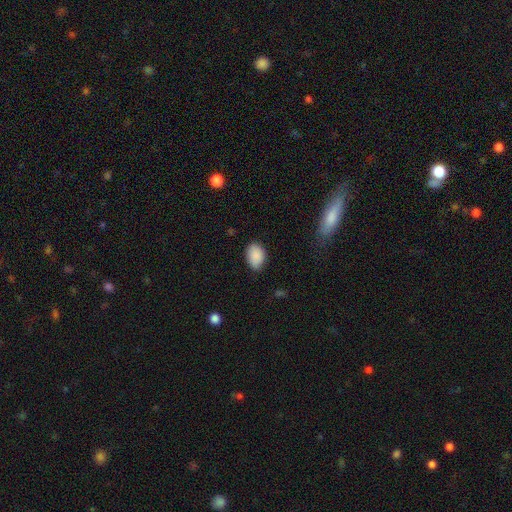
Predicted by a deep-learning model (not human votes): smooth_or_featured: smooth (p=0.89) [alt: star or artifact p=0.07]
how_rounded: in between (p=0.83) [alt: round p=0.16]
merging: none (p=0.79) [alt: minor disturbance p=0.17]